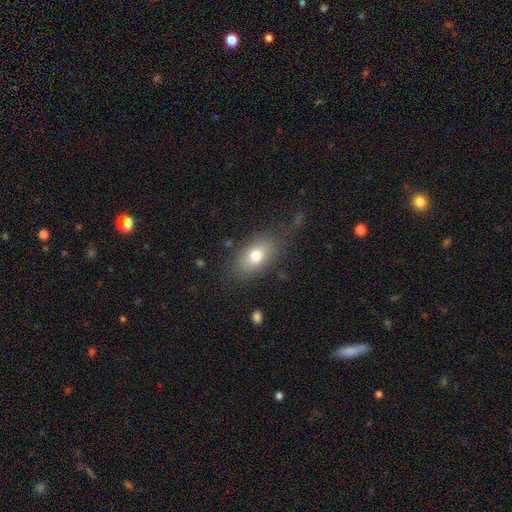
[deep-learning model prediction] Smooth or featured?
  - smooth: 74% *
  - featured or disk: 15%
  - star or artifact: 11%
How rounded?
  - in between: 83% *
  - round: 14%
  - cigar-shaped: 3%
Merging?
  - none: 73% *
  - minor disturbance: 18%
  - major disturbance: 6%
  - merger: 3%